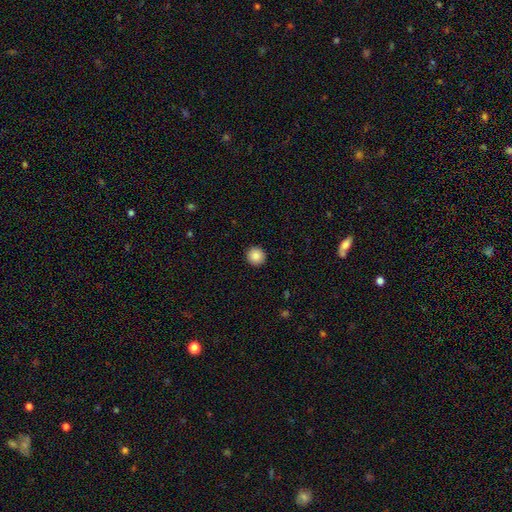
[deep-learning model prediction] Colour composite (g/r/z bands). It shows a smooth galaxy with no disk features (88%) that is round (94%). Merging: none (93%).